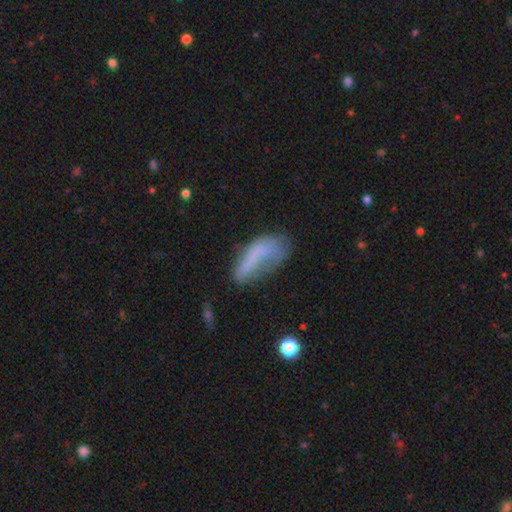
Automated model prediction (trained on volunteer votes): Smooth or featured? Predicted: smooth (p=0.61). How rounded? Predicted: in between (p=0.75). Merging? Predicted: none (p=0.33).